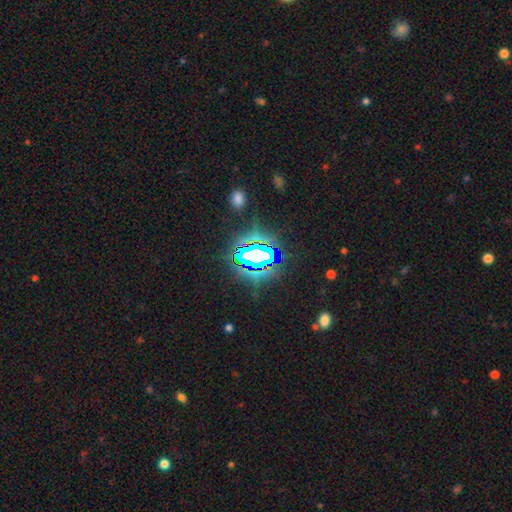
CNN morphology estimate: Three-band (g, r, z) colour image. It shows a star or artifact, not a galaxy (73%).